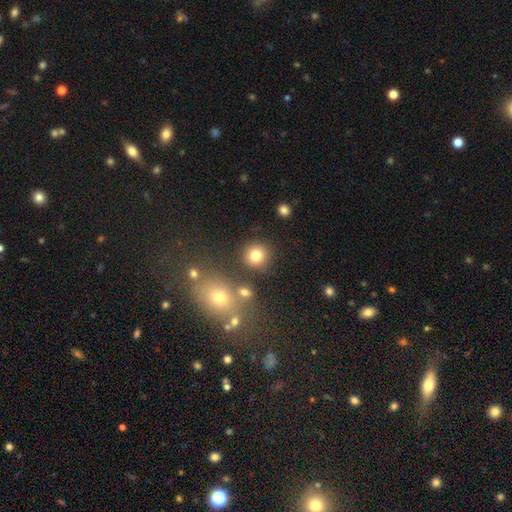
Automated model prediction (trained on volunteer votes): Smooth or featured? smooth (80%)
How rounded? round (92%)
Merging? none (84%)